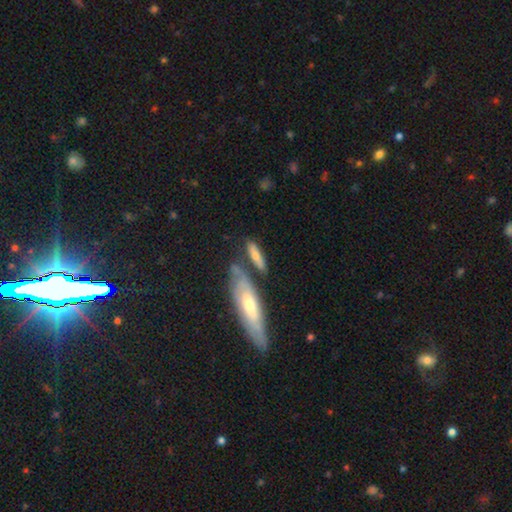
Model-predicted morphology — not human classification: A smooth galaxy with no disk features (70%) that is cigar-shaped (62%). Merging: none (56%).